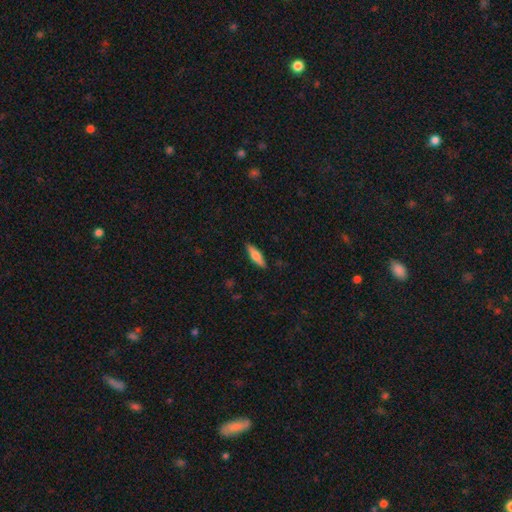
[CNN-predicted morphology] smooth_or_featured: smooth (p=0.62) [alt: featured or disk p=0.32]
how_rounded: cigar-shaped (p=0.64) [alt: in between p=0.34]
merging: none (p=0.88) [alt: minor disturbance p=0.09]